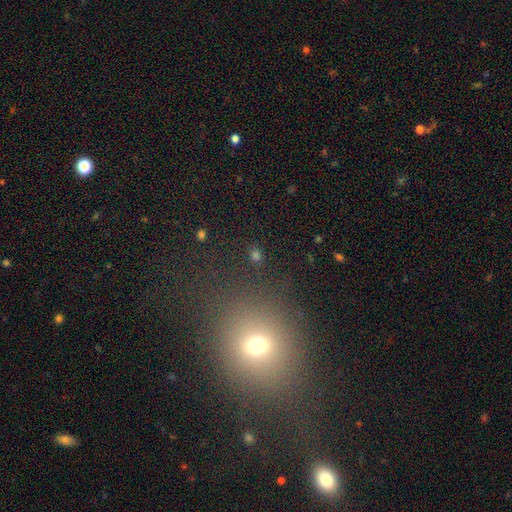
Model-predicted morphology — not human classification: type=smooth (58%); roundness=round (65%); merging=none (83%).